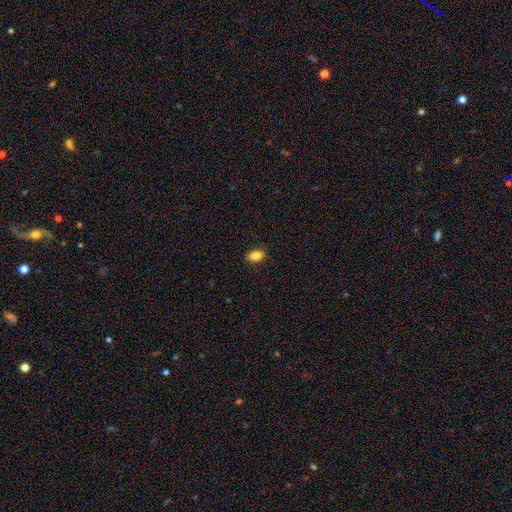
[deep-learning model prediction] smooth 87%, star or artifact 8%, featured or disk 4%. Down the decision tree: how rounded — in between (89%); merging — none (89%).